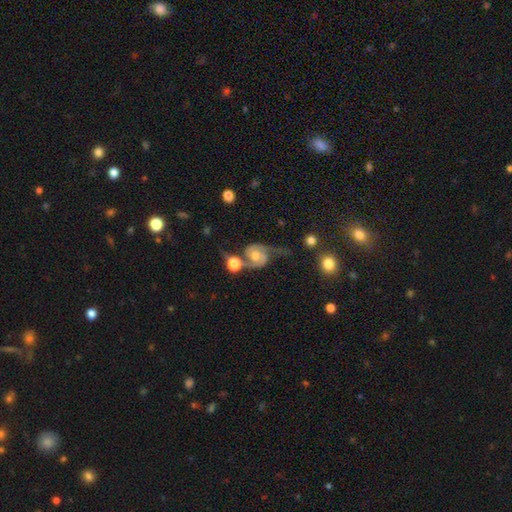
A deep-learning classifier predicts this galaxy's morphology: A featured or disk galaxy (87%) with no bar (66%), 2 (93%) medium (51%) spiral arms (97%) and a moderate central bulge (66%).

Vote fractions:
- Smooth or featured? featured or disk: 87% / smooth: 7% / star or artifact: 6%
- Edge-on disk? no: 98% / yes: 2%
- Bar? no: 66% / weak: 27% / strong: 7%
- Spiral arms? yes: 97% / no: 3%
- Spiral winding? medium: 51% / loose: 25% / tight: 23%
- Spiral arm count? 2: 93% / can't tell: 2% / 1: 2% / 3: 1% / 4: 1% / more than 4: 1%
- Bulge size? moderate: 66% / small: 23% / large: 8% / none: 3% / dominant: 2%
- Merging? none: 45% / merger: 22% / minor disturbance: 20% / major disturbance: 13%